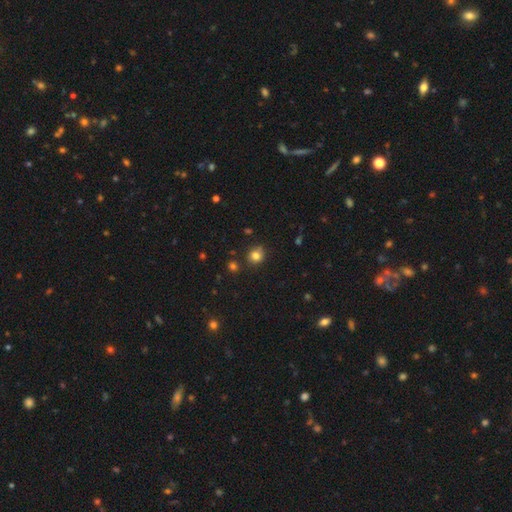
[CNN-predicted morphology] type=smooth (80%); roundness=round (82%); merging=none (76%).